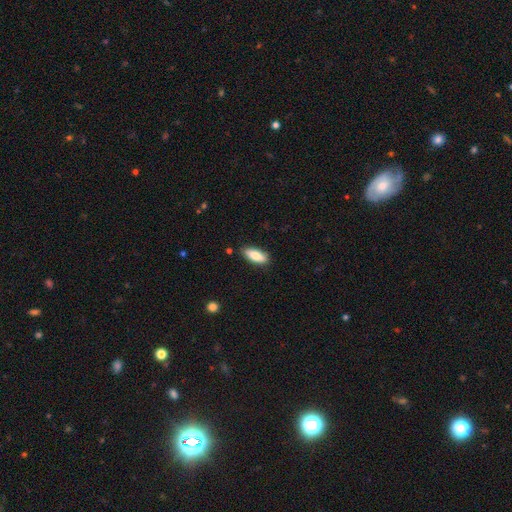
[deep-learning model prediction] smooth-or-featured: smooth: 83% | featured or disk: 10% | star or artifact: 6%
  how-rounded: in between: 78% | cigar-shaped: 20% | round: 2%
  merging: none: 85% | minor disturbance: 12% | major disturbance: 2% | merger: 2%